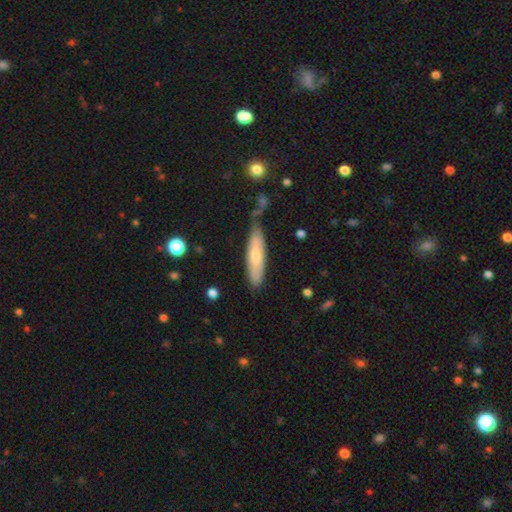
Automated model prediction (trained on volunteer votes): The model was most divided on "smooth or featured": smooth: 66%, featured or disk: 28%, star or artifact: 6%. More confident: how rounded — cigar-shaped (76%); merging — none (69%).